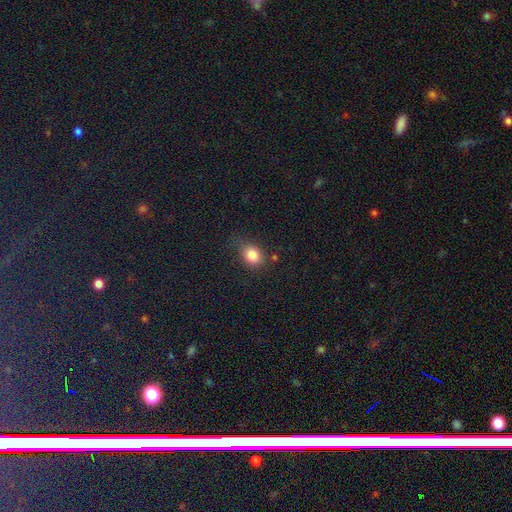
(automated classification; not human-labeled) Overall: smooth (83%). How rounded: round (52%; in between 47%). Merging: none (69%).